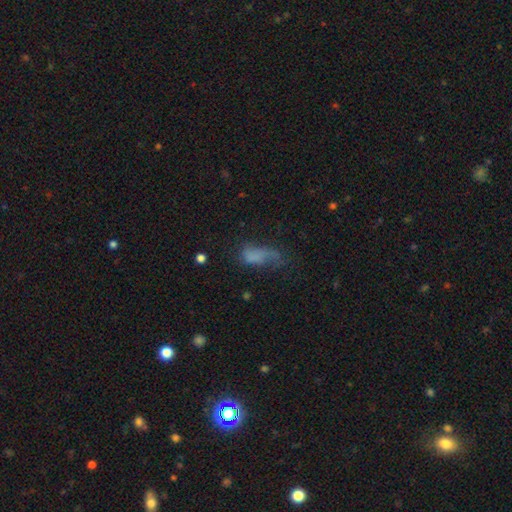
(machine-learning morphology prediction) The model was most divided on "merging": major disturbance: 42%, none: 28%, minor disturbance: 25%, merger: 6%. More confident: how rounded — in between (81%); smooth or featured — smooth (60%).